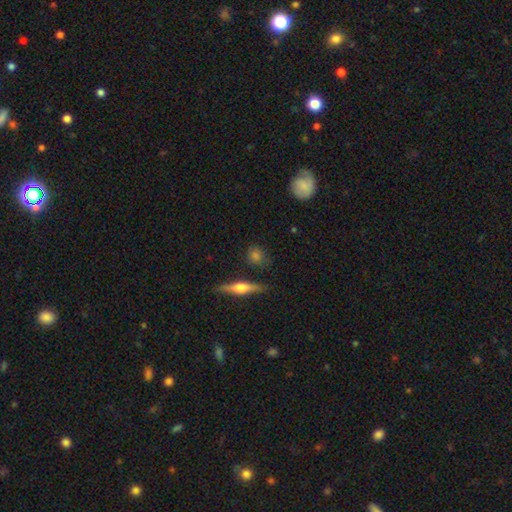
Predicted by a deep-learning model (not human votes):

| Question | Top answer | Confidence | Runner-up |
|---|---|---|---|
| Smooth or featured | smooth | 61% | featured or disk (27%) |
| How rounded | round | 64% | in between (23%) |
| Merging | none | 81% | minor disturbance (13%) |